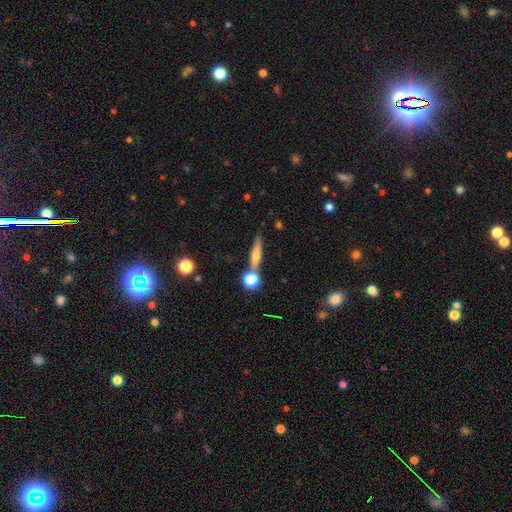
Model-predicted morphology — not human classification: A smooth galaxy with no disk features (50%). Merging: none (73%).